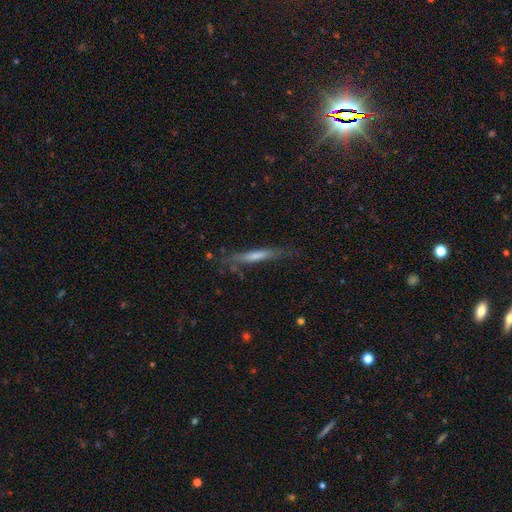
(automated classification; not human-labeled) Smooth or featured: smooth — 48% (featured or disk — 44%)
Merging: none — 68% (minor disturbance — 21%)